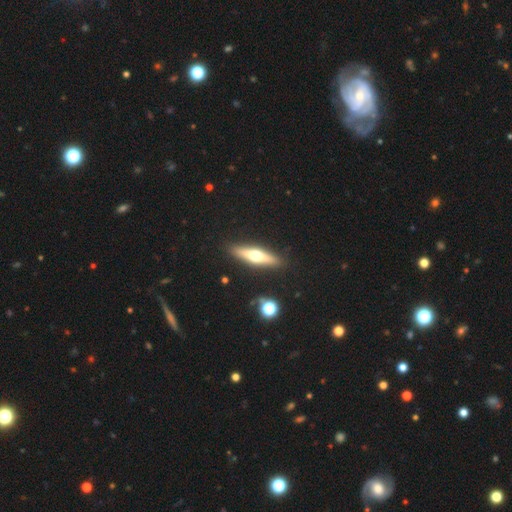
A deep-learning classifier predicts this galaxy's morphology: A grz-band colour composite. It shows a featured or disk galaxy (54%) viewed edge-on (92%). Merging: none (89%).